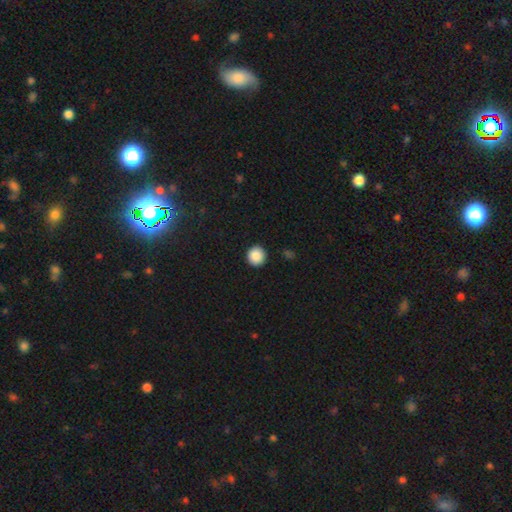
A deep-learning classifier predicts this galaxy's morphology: This is clearly a smooth galaxy (88%). How rounded: clearly round (95%). Merging: clearly none (93%).